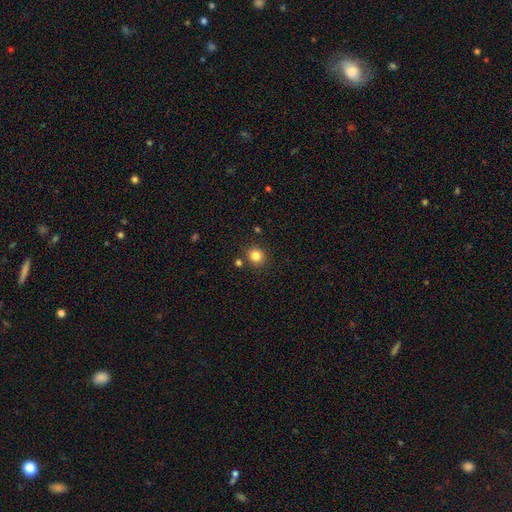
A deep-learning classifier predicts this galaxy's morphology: Smooth or featured: smooth — 83% (star or artifact — 12%)
How rounded: round — 89% (in between — 10%)
Merging: none — 84% (minor disturbance — 8%)